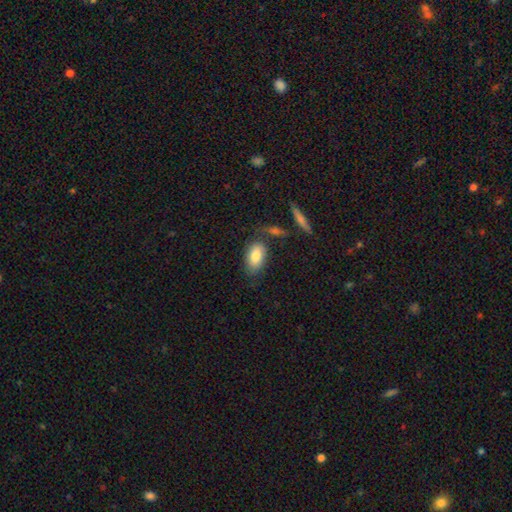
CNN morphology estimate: This is clearly a smooth galaxy (82%). How rounded: clearly in between (91%). Merging: likely none (71%).